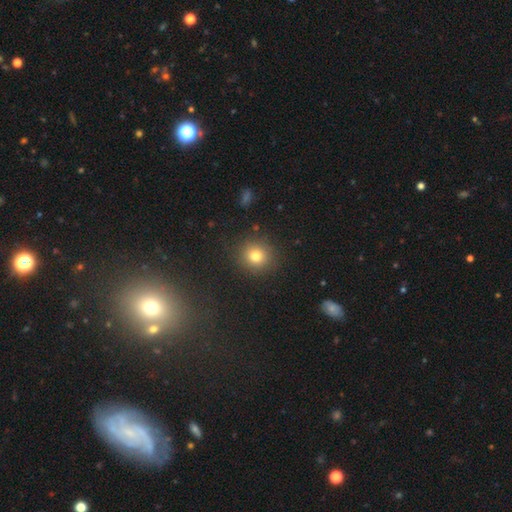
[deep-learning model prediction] Overall: smooth (77%). How rounded: round (90%). Merging: none (88%).